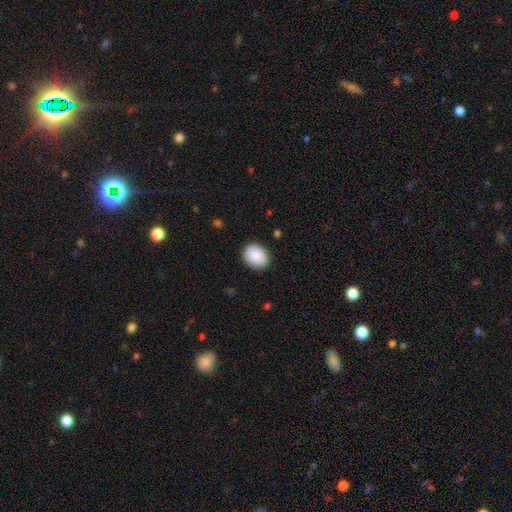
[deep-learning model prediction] Morphology: type=smooth (88%); roundness=in between (55%); merging=none (88%).